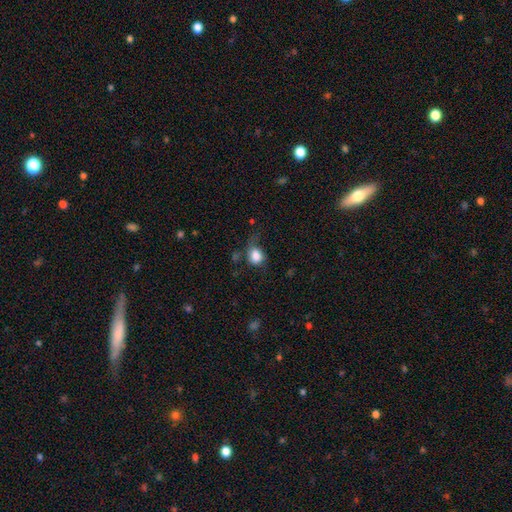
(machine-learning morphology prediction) A smooth galaxy with no disk features (82%) that is round (53%).

Vote fractions:
- Smooth or featured? smooth: 82% / featured or disk: 9% / star or artifact: 9%
- How rounded? round: 53% / in between: 45% / cigar-shaped: 1%
- Merging? none: 38% / minor disturbance: 31% / major disturbance: 26% / merger: 5%